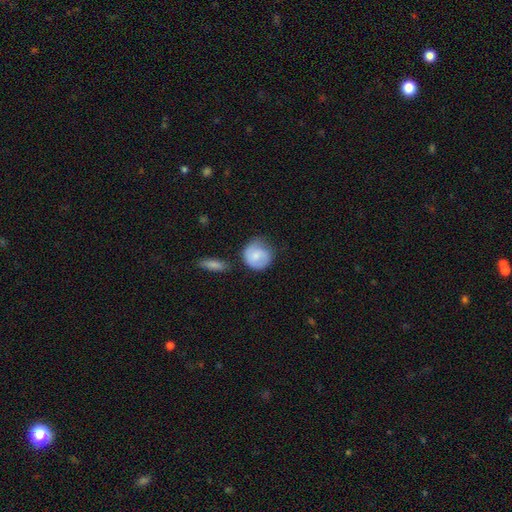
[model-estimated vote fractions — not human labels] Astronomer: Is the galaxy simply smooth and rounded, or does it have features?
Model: smooth — 70%.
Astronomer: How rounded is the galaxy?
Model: round — 82%.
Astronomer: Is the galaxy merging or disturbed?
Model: none — 54% (runner-up: minor disturbance, 30%).